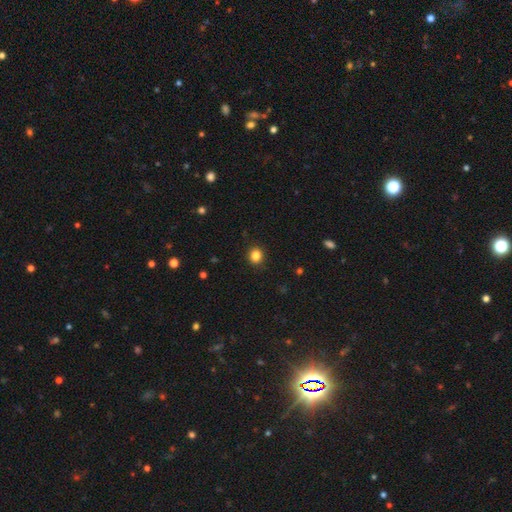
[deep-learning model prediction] A smooth galaxy with no disk features (84%) that is round (81%). Merging: none (91%).